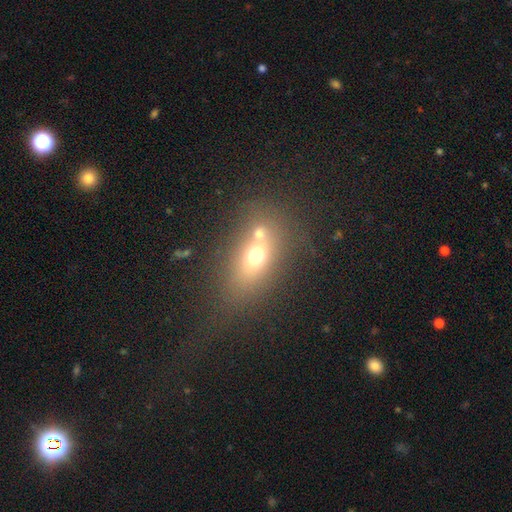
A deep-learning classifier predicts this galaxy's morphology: A smooth galaxy with no disk features (61%) that is in between round and cigar-shaped (67%). Merging: none (47%).